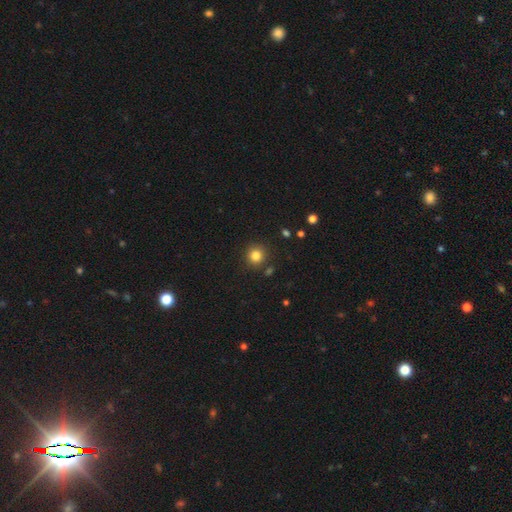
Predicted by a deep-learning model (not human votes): Q: Smooth or featured?
A: smooth (82%); runner-up: star or artifact (12%)
Q: How rounded?
A: round (93%); runner-up: in between (6%)
Q: Merging?
A: none (88%); runner-up: minor disturbance (7%)